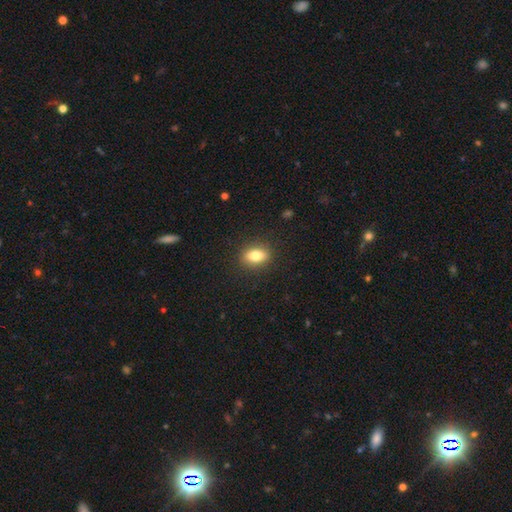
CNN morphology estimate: A smooth galaxy with no disk features (80%) that is in between round and cigar-shaped (76%). Merging: none (88%).